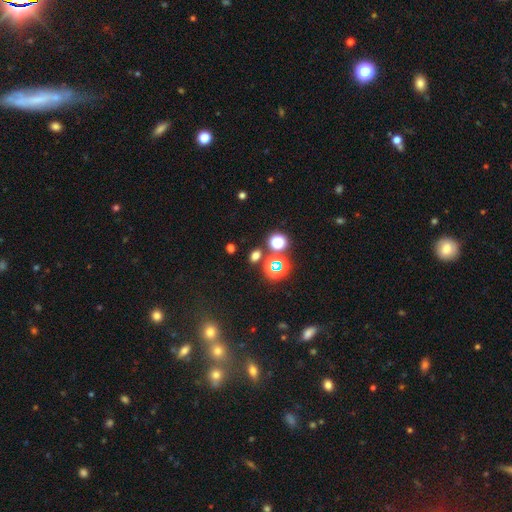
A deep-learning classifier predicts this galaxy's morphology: smooth-or-featured: smooth: 58% | star or artifact: 34% | featured or disk: 8%
  how-rounded: in between: 54% | round: 43% | cigar-shaped: 3%
  merging: none: 80% | minor disturbance: 8% | merger: 8% | major disturbance: 3%